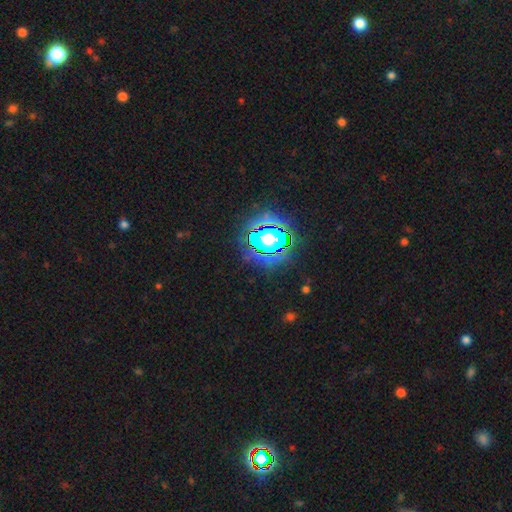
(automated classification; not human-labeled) This appears to be a star or artifact, not a galaxy (85%).